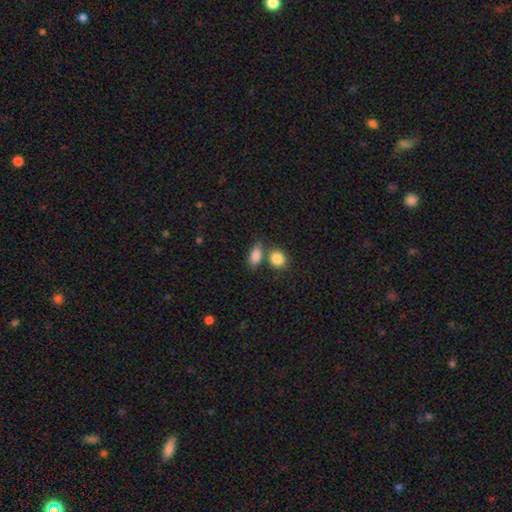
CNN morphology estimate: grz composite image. It shows a smooth galaxy with no disk features (86%) that is in between round and cigar-shaped (83%). Merging: none (55%).